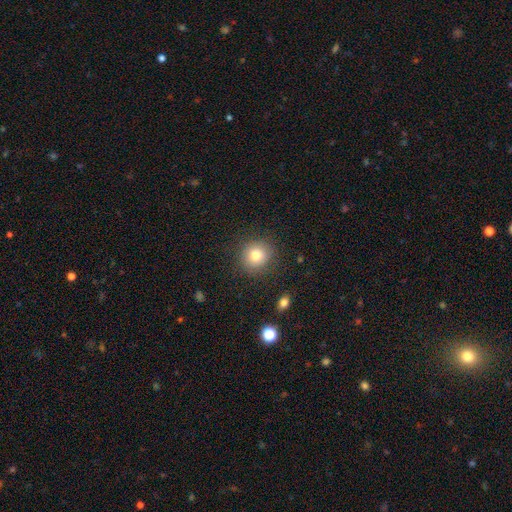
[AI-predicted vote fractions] Smooth or featured: smooth — 77% (star or artifact — 12%)
How rounded: round — 89% (in between — 10%)
Merging: none — 86% (minor disturbance — 9%)